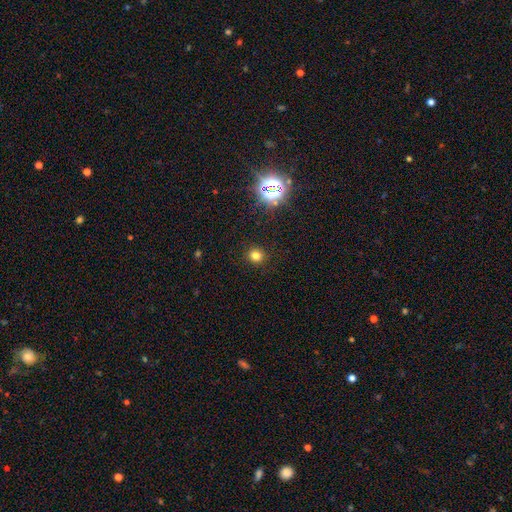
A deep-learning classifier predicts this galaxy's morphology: Smooth or featured?
  - smooth: 76% *
  - star or artifact: 19%
  - featured or disk: 6%
How rounded?
  - round: 89% *
  - in between: 10%
  - cigar-shaped: 1%
Merging?
  - none: 91% *
  - minor disturbance: 5%
  - major disturbance: 2%
  - merger: 1%